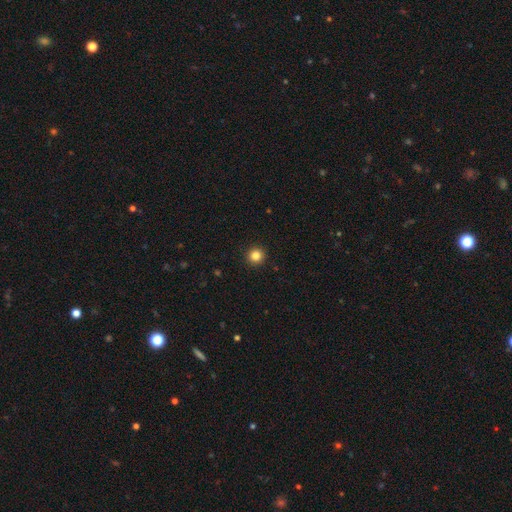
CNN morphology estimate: smooth_or_featured: smooth (p=0.84) [alt: star or artifact p=0.12]
how_rounded: round (p=0.95) [alt: in between p=0.04]
merging: none (p=0.94) [alt: minor disturbance p=0.04]